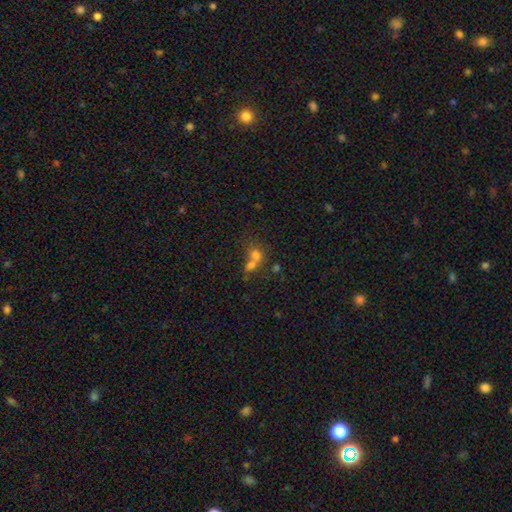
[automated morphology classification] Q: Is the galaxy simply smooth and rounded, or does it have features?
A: smooth — 69%.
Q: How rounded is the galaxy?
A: round — 58%.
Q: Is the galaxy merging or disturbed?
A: merger — 66%.